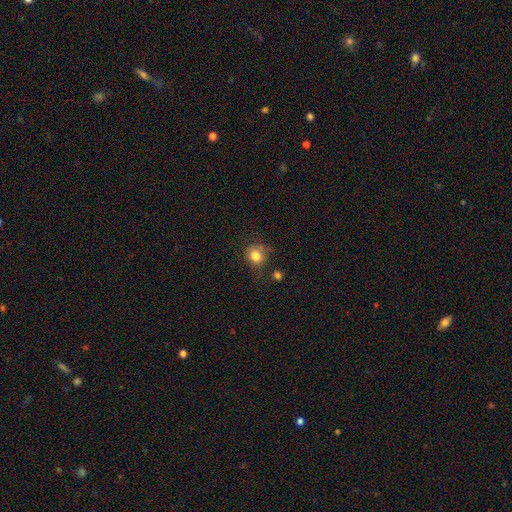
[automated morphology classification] Overall: smooth (80%). How rounded: round (79%). Merging: none (58%; minor disturbance 25%).